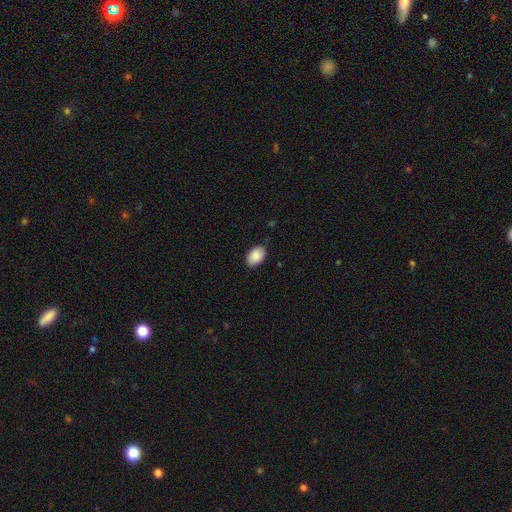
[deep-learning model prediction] Smooth or featured? Predicted: smooth (p=0.89). How rounded? Predicted: in between (p=0.89). Merging? Predicted: none (p=0.85).